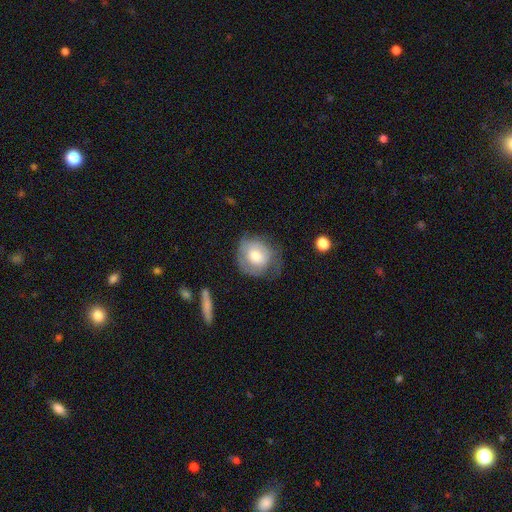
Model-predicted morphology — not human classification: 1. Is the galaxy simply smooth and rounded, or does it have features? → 62% smooth, 31% featured or disk, 7% star or artifact.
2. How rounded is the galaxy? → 79% round, 20% in between, 1% cigar-shaped.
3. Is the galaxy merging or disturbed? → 48% none, 30% minor disturbance, 19% major disturbance, 2% merger.